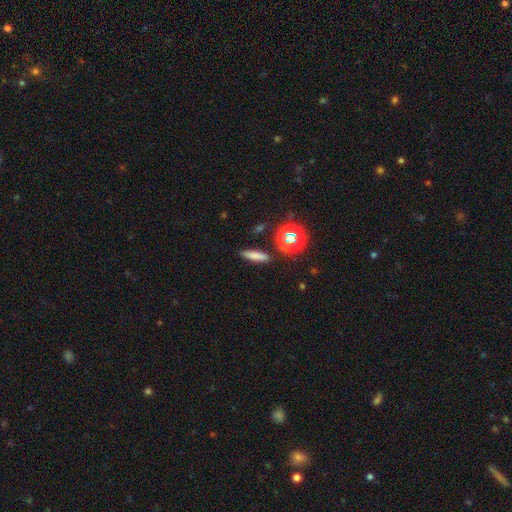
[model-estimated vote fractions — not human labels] A smooth galaxy with no disk features (74%) that is cigar-shaped (75%).

Vote fractions:
- Smooth or featured? smooth: 74% / star or artifact: 15% / featured or disk: 11%
- How rounded? cigar-shaped: 75% / in between: 19% / round: 6%
- Merging? none: 87% / minor disturbance: 8% / merger: 3% / major disturbance: 2%